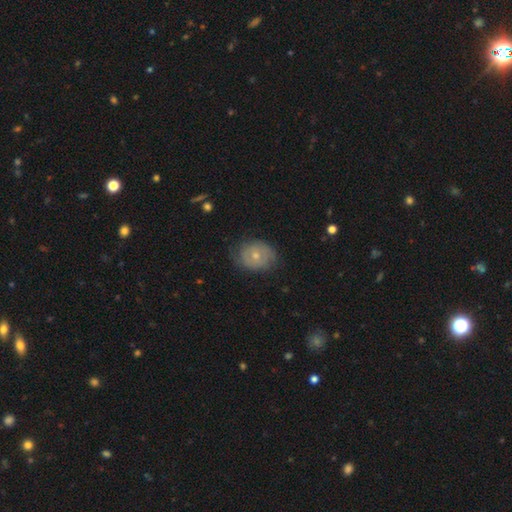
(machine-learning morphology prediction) The model was most divided on "smooth or featured": featured or disk: 51%, smooth: 41%, star or artifact: 8%. More confident: edge-on disk — no (96%); merging — none (68%).